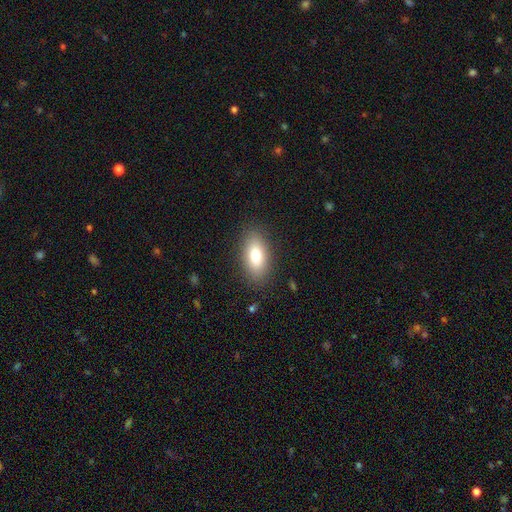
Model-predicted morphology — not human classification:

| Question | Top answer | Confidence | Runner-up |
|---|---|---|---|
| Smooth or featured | smooth | 77% | featured or disk (14%) |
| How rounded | in between | 89% | round (6%) |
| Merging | none | 86% | minor disturbance (9%) |